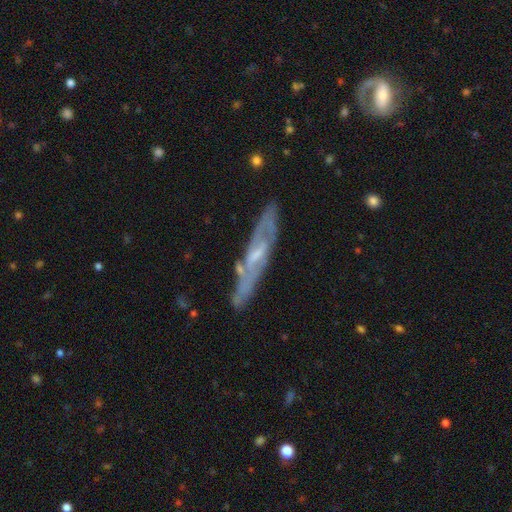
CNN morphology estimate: The model was most divided on "edge-on disk": no: 51%, yes: 49%. More confident: merging — none (74%); smooth or featured — featured or disk (74%).